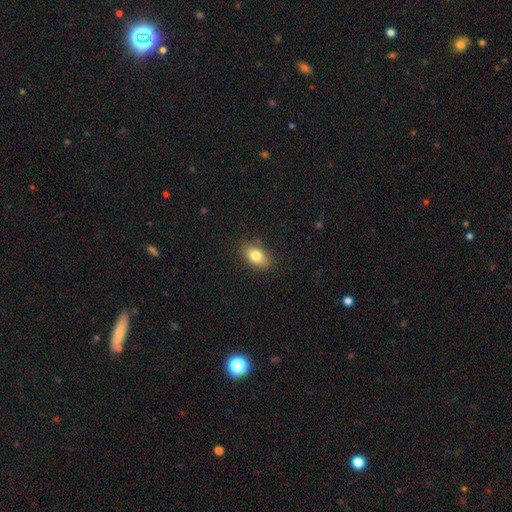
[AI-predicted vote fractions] This is likely a smooth galaxy (80%). How rounded: clearly in between (87%). Merging: clearly none (85%).